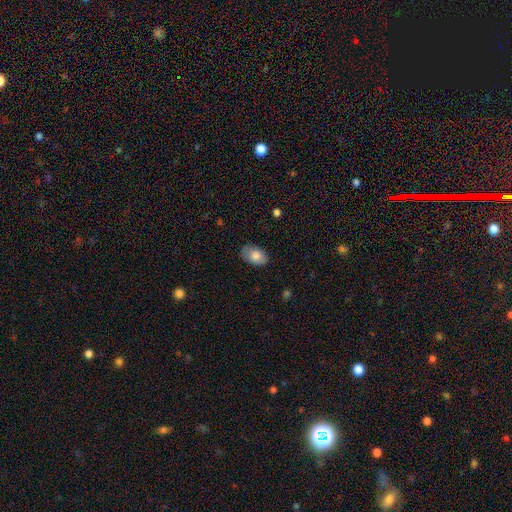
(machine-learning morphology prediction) A smooth galaxy with no disk features (78%) that is in between round and cigar-shaped (90%). Merging: none (82%).